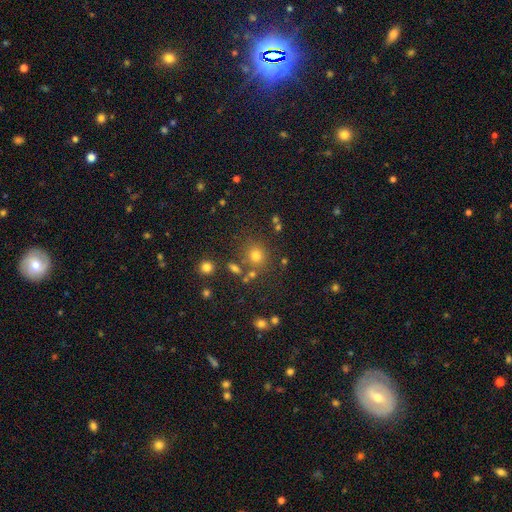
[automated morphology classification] Smooth or featured? smooth (71%)
How rounded? round (83%)
Merging? none (76%)